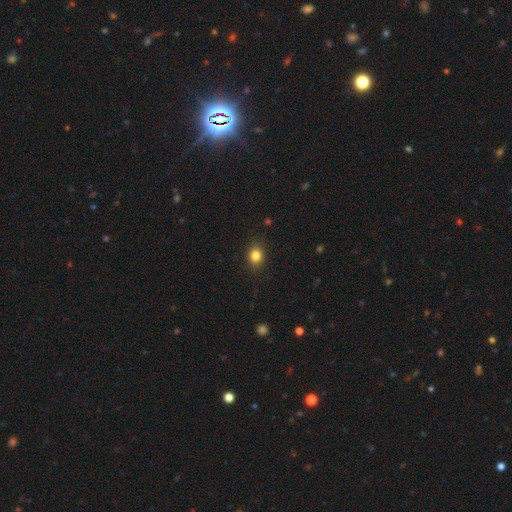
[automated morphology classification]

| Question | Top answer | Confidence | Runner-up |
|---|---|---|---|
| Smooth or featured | smooth | 83% | star or artifact (11%) |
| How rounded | round | 59% | in between (40%) |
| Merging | none | 88% | minor disturbance (9%) |